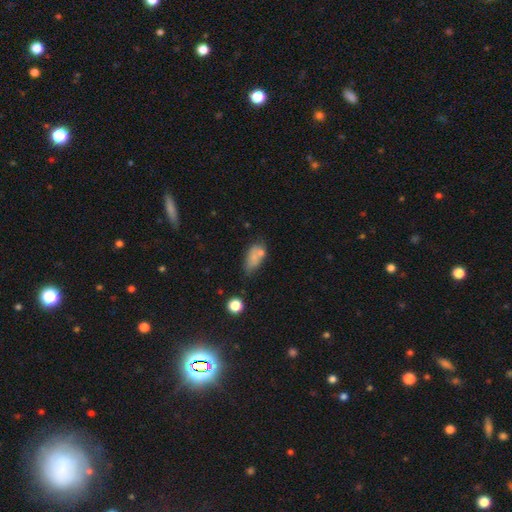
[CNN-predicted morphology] Overall: smooth (71%). How rounded: in between (84%). Merging: none (40%; minor disturbance 25%).